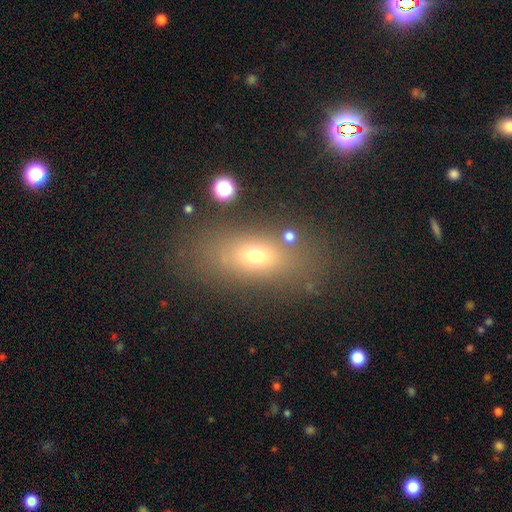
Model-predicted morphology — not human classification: A smooth galaxy with no disk features (61%) that is in between round and cigar-shaped (73%). Merging: none (78%).